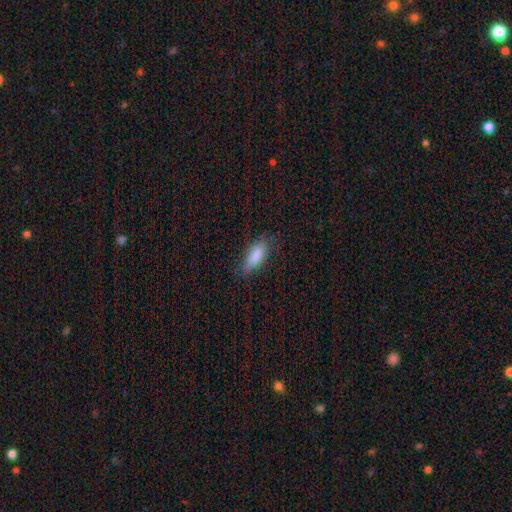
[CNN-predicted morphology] The model was most divided on "how rounded": in between: 73%, cigar-shaped: 25%, round: 2%. More confident: smooth or featured — smooth (84%); merging — none (76%).